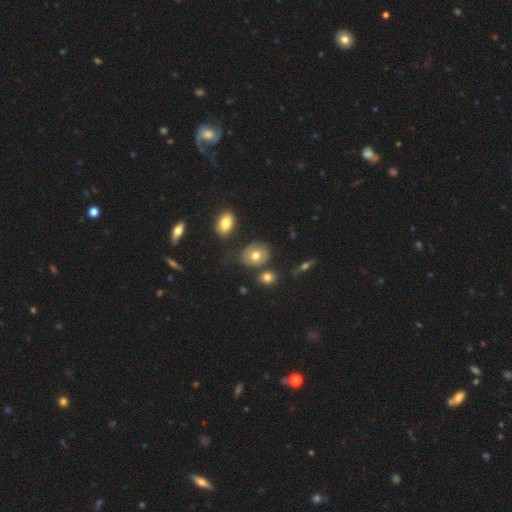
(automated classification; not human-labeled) Overall: smooth (59%; featured or disk 32%). How rounded: round (52%; in between 47%). Merging: none (62%).